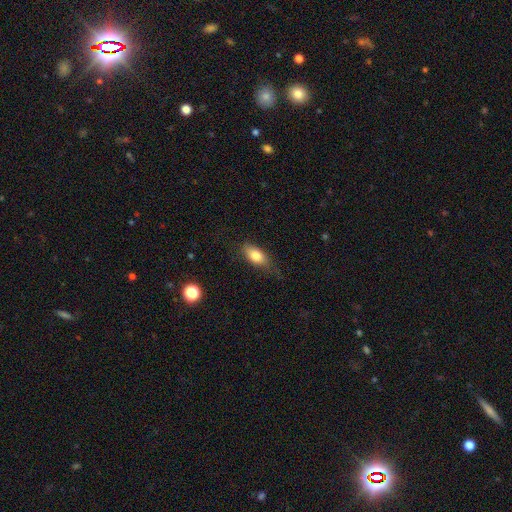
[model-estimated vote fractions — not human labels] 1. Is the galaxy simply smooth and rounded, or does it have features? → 79% smooth, 14% featured or disk, 8% star or artifact.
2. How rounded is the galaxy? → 85% in between, 10% cigar-shaped, 6% round.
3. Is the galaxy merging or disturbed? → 68% none, 23% minor disturbance, 7% major disturbance, 1% merger.